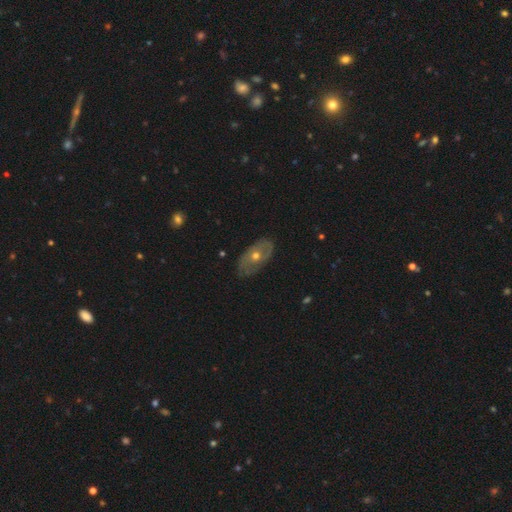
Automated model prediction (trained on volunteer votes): Smooth or featured? Predicted: featured or disk (p=0.64). Edge-on disk? Predicted: no (p=0.88). Bar? Predicted: no (p=0.84). Spiral arms? Predicted: yes (p=0.51). Bulge size? Predicted: moderate (p=0.66). Merging? Predicted: none (p=0.78).